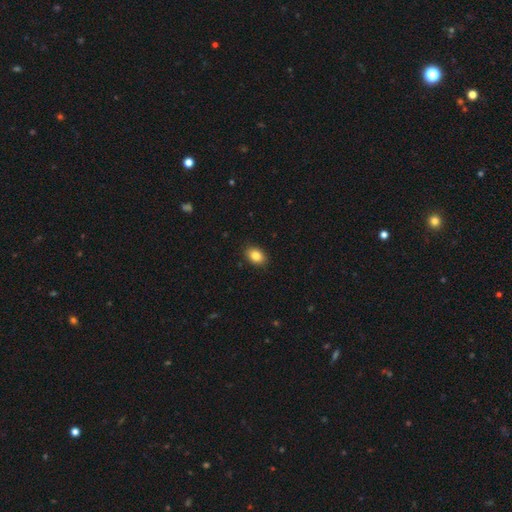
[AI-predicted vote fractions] The model was most divided on "how rounded": in between: 74%, round: 25%, cigar-shaped: 1%. More confident: merging — none (89%); smooth or featured — smooth (85%).